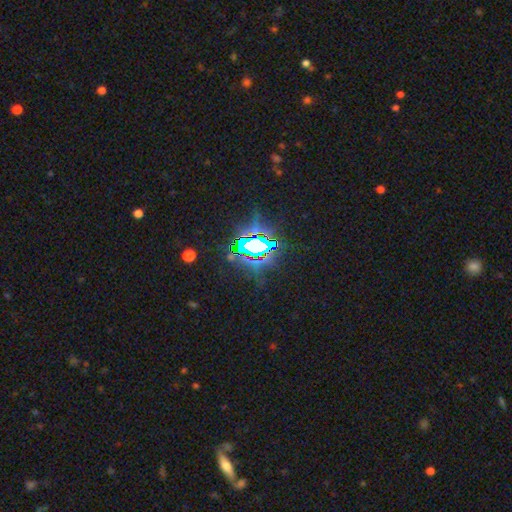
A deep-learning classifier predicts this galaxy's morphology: star or artifact 77%, smooth 12%, featured or disk 12%.